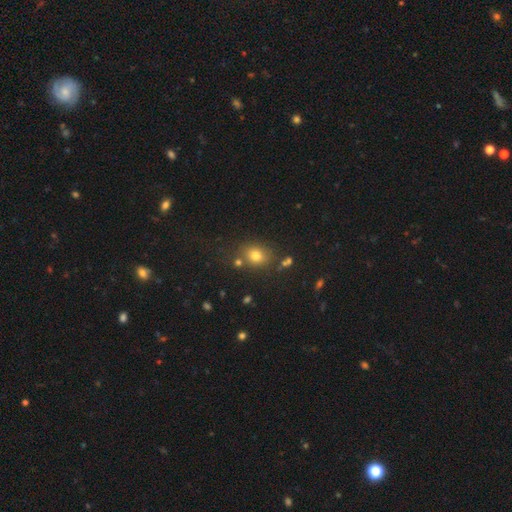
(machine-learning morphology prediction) Q: Smooth or featured?
A: smooth (75%); runner-up: star or artifact (16%)
Q: How rounded?
A: round (56%); runner-up: in between (43%)
Q: Merging?
A: none (73%); runner-up: minor disturbance (13%)